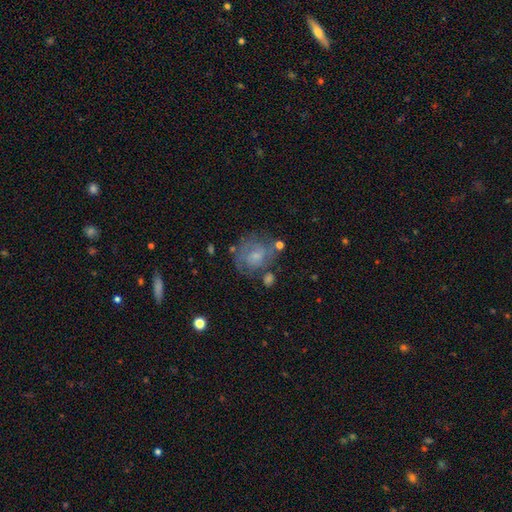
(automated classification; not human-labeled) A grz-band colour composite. It shows a featured or disk galaxy (65%) with no bar (59%), 2 (43%) tight (49%) spiral arms (82%) and a small central bulge (62%). Merging: none (60%).